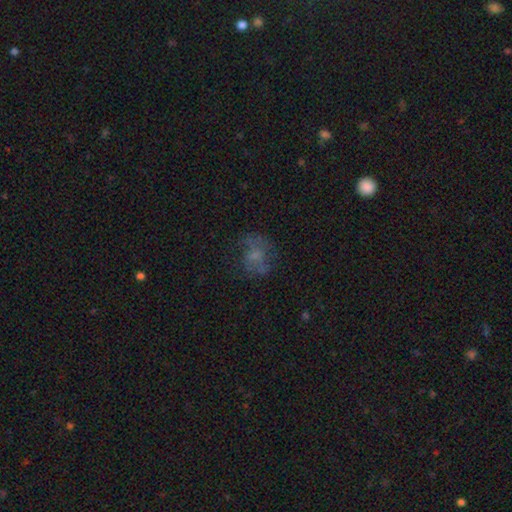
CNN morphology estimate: Q: Smooth or featured?
A: smooth (44%); runner-up: featured or disk (39%)
Q: Merging?
A: none (52%); runner-up: major disturbance (24%)